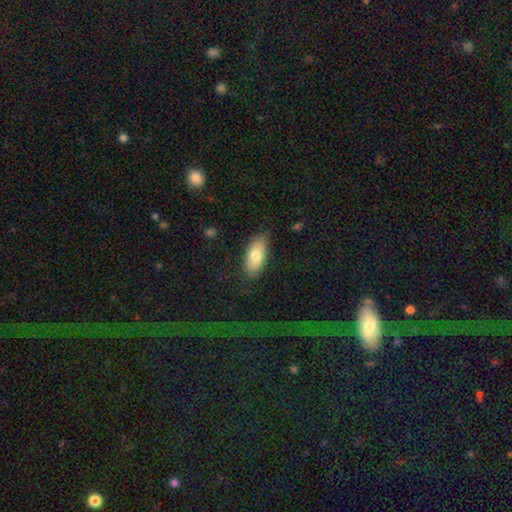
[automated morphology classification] smooth_or_featured: smooth (p=0.74) [alt: featured or disk p=0.19]
how_rounded: in between (p=0.90) [alt: cigar-shaped p=0.07]
merging: none (p=0.79) [alt: minor disturbance p=0.16]